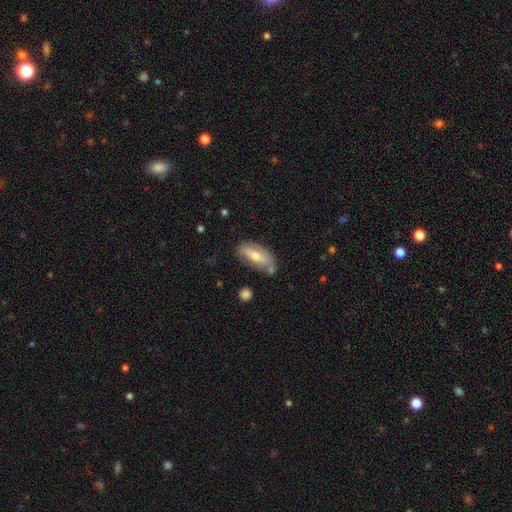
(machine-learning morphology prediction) Overall: smooth (52%; featured or disk 40%). How rounded: in between (75%). Merging: none (68%).